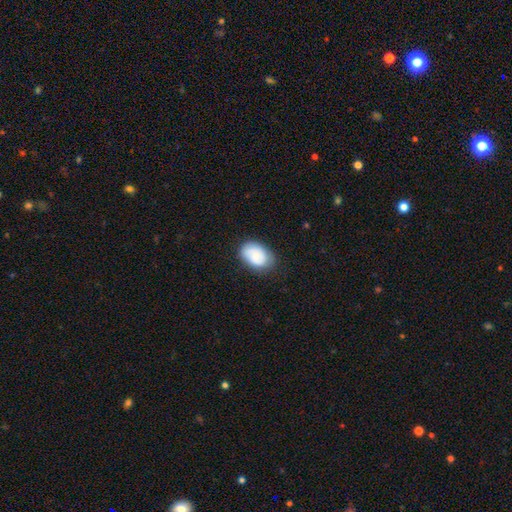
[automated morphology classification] Smooth or featured? smooth (78%)
How rounded? in between (82%)
Merging? none (75%)